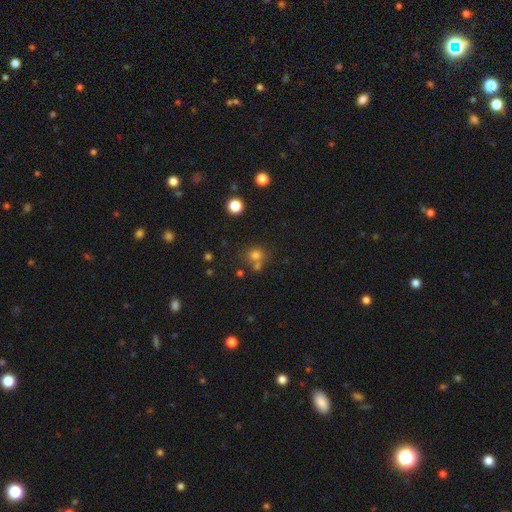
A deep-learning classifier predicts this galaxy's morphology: Smooth or featured?
  - smooth: 73% *
  - star or artifact: 18%
  - featured or disk: 9%
How rounded?
  - round: 84% *
  - in between: 15%
  - cigar-shaped: 1%
Merging?
  - none: 58% *
  - merger: 28%
  - minor disturbance: 9%
  - major disturbance: 4%